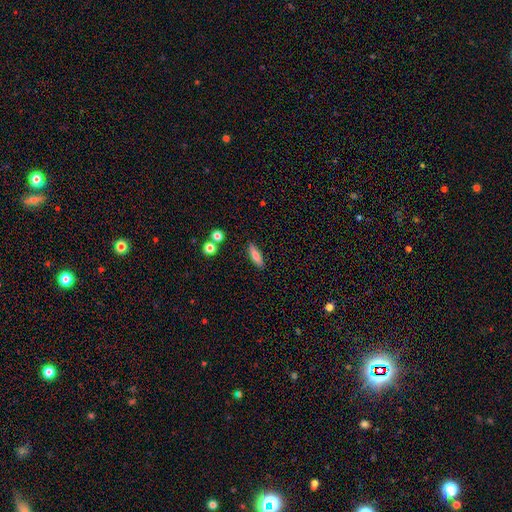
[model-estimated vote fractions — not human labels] The model was most divided on "how rounded": cigar-shaped: 59%, in between: 38%, round: 3%. More confident: merging — none (86%); smooth or featured — smooth (70%).